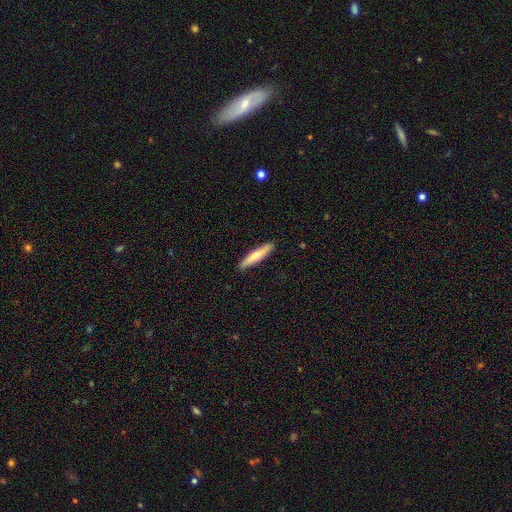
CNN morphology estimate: smooth_or_featured: smooth (p=0.68) [alt: featured or disk p=0.27]
how_rounded: cigar-shaped (p=0.88) [alt: in between p=0.11]
merging: none (p=0.91) [alt: minor disturbance p=0.07]